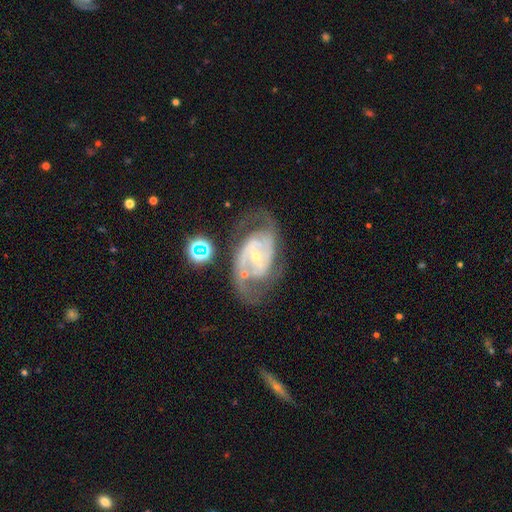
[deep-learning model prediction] Morphology: type=featured or disk (88%); edge-on=no (97%); bar=weak (40%); spiral arms=yes (95%); winding=medium (50%); arm count=2 (75%); bulge=small (71%); merging=none (63%).